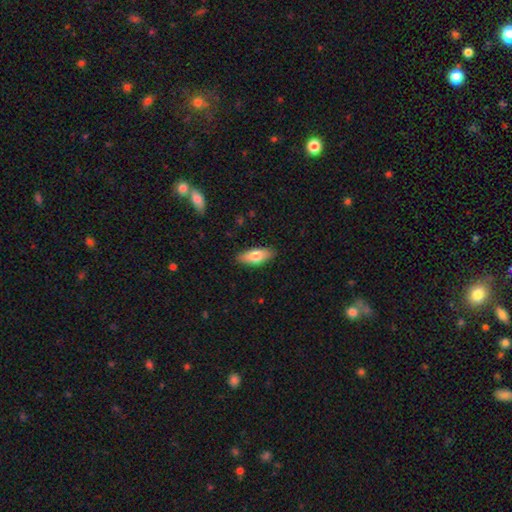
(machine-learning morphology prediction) A smooth galaxy with no disk features (75%) that is in between round and cigar-shaped (80%). Merging: none (87%).